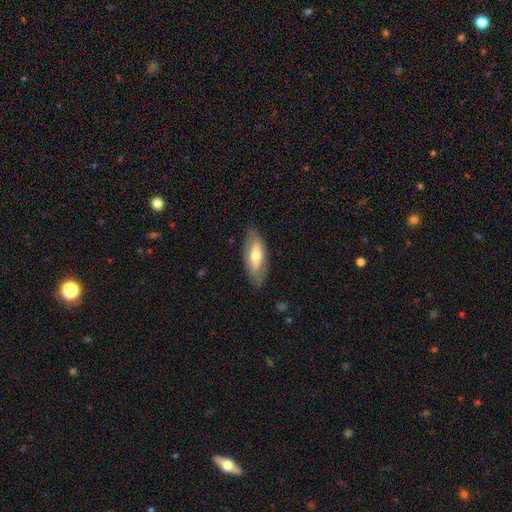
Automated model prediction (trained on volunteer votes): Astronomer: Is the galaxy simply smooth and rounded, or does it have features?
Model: smooth — 58% (runner-up: featured or disk, 36%).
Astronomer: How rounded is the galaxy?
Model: in between — 74%.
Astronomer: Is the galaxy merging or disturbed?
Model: none — 82%.